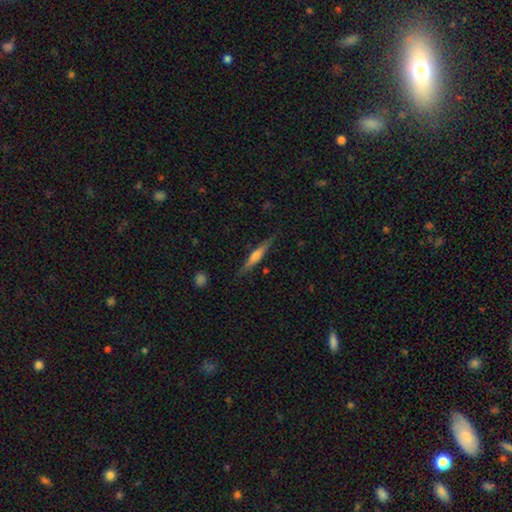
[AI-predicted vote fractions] This is possibly a featured or disk galaxy (52%). It is clearly viewed edge-on (96%). Merging: clearly none (86%).